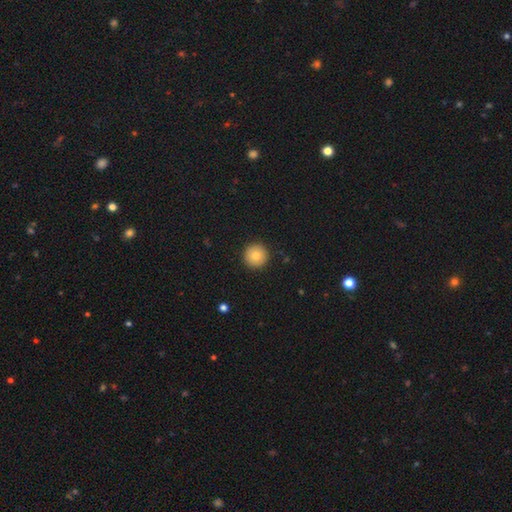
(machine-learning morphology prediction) Overall: smooth (81%). How rounded: round (96%). Merging: none (92%).